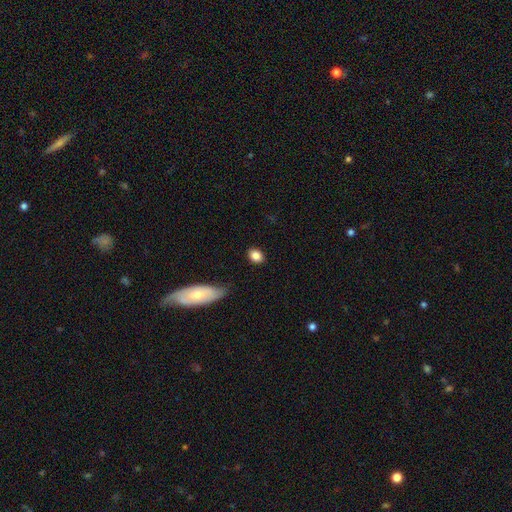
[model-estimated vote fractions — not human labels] Smooth or featured? Predicted: smooth (p=0.85). How rounded? Predicted: in between (p=0.59). Merging? Predicted: none (p=0.85).